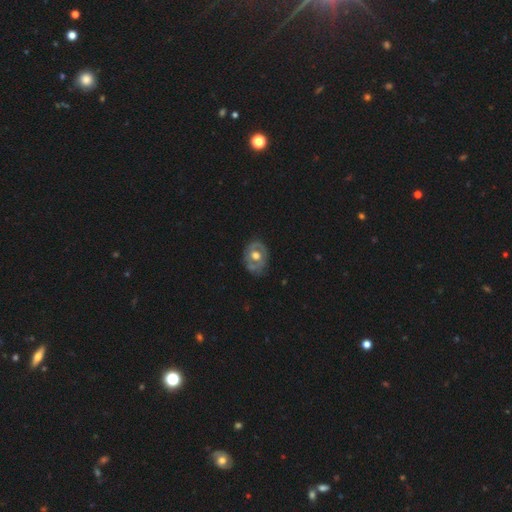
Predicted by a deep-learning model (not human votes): A featured or disk galaxy (62%) with no bar (79%), no spiral arms (63%) and a moderate central bulge (60%). Merging: none (70%).